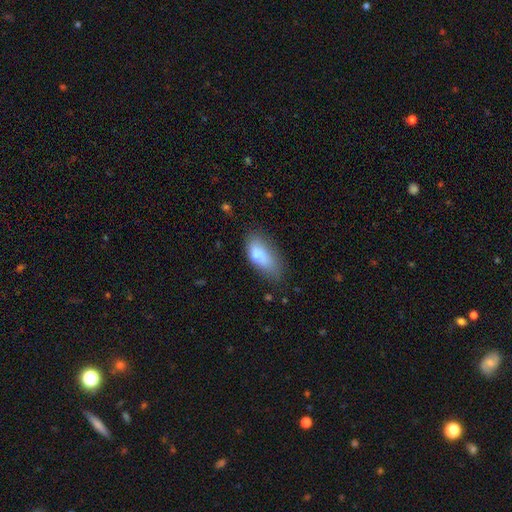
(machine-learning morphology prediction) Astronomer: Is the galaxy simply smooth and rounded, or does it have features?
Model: smooth — 75%.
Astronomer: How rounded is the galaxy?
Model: in between — 88%.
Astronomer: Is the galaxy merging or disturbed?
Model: none — 42% (runner-up: minor disturbance, 30%).